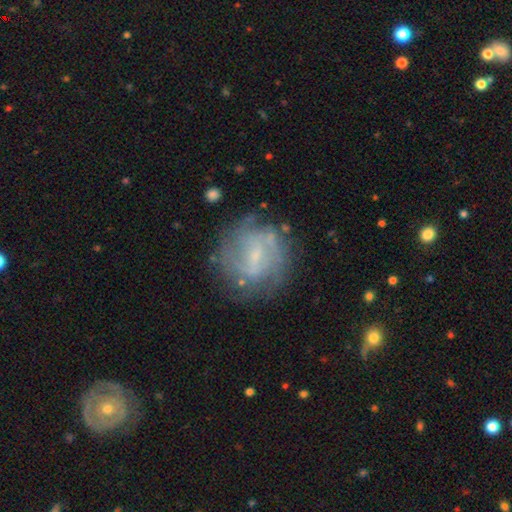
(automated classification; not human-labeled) Overall: featured or disk (71%). Edge-on disk: no (97%). Bar: weak (57%; no 24%). Spiral arms: yes (73%). Spiral arm count: can't tell (48%; 2 30%). Spiral winding: tight (46%; medium 36%). Bulge size: small (64%). Merging: none (70%).